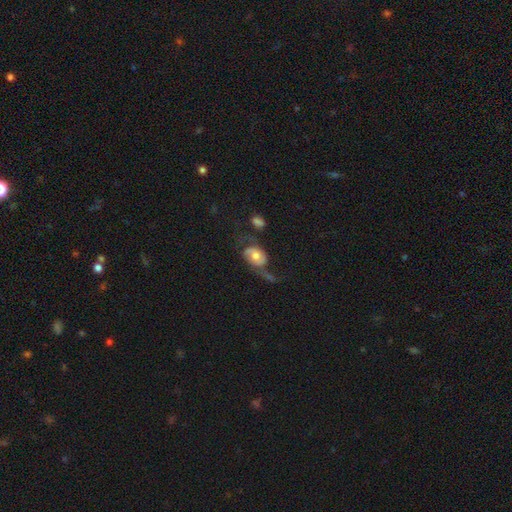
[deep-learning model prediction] The model was most divided on "merging": major disturbance: 39%, none: 32%, minor disturbance: 19%, merger: 10%. More confident: edge-on disk — no (96%); spiral arms — yes (79%); bar — no (72%); bulge size — moderate (66%); smooth or featured — featured or disk (62%).